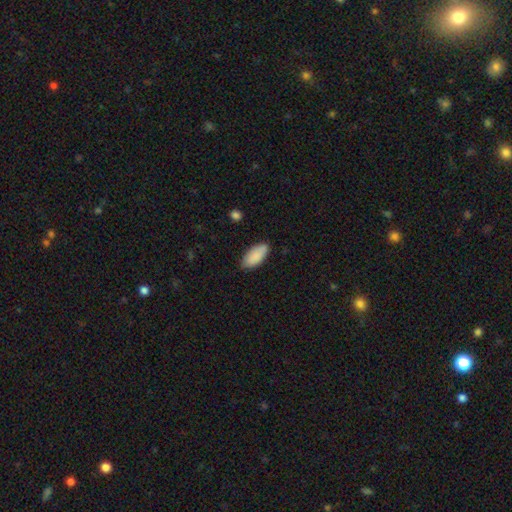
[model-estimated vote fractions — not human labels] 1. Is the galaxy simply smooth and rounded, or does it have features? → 89% smooth, 6% star or artifact, 5% featured or disk.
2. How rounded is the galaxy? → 90% in between, 8% cigar-shaped, 2% round.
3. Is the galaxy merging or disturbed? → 80% none, 16% minor disturbance, 2% major disturbance, 1% merger.